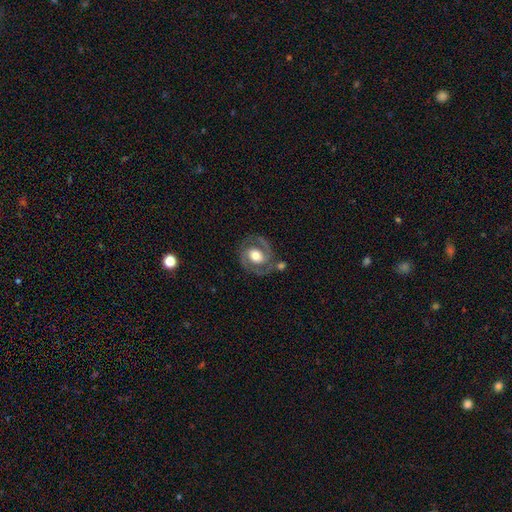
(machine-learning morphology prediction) Smooth or featured?
  - featured or disk: 72% *
  - smooth: 22%
  - star or artifact: 6%
Edge-on disk?
  - no: 96% *
  - yes: 4%
Bar?
  - no: 53% *
  - weak: 32%
  - strong: 15%
Spiral arms?
  - yes: 79% *
  - no: 21%
Spiral winding?
  - medium: 46% *
  - tight: 40%
  - loose: 14%
Spiral arm count?
  - 2: 83% *
  - can't tell: 7%
  - 1: 7%
  - 3: 2%
  - 4: 1%
  - more than 4: 1%
Bulge size?
  - moderate: 56% *
  - large: 34%
  - small: 6%
  - dominant: 3%
  - none: 1%
Merging?
  - none: 69% *
  - minor disturbance: 17%
  - major disturbance: 8%
  - merger: 6%